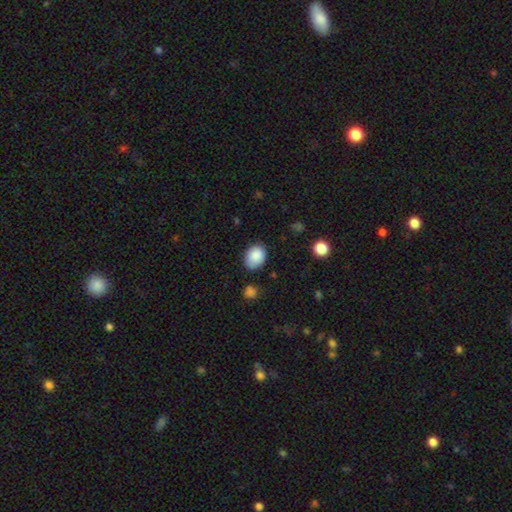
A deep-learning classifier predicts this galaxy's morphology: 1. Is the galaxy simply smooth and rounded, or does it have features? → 87% smooth, 8% star or artifact, 5% featured or disk.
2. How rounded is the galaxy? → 69% in between, 30% round, 1% cigar-shaped.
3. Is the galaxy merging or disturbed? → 73% none, 21% minor disturbance, 4% major disturbance, 3% merger.